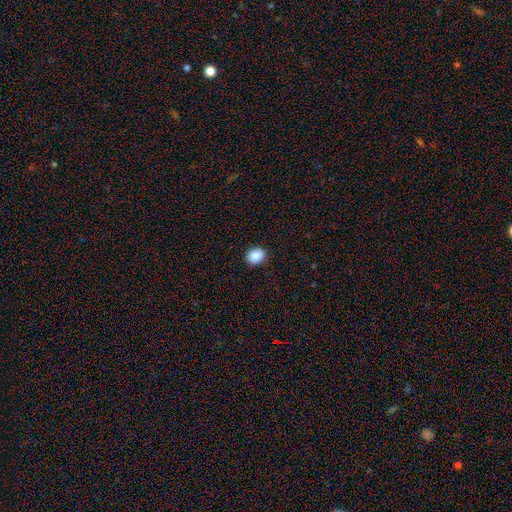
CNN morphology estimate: Smooth or featured?
  - smooth: 89% *
  - star or artifact: 8%
  - featured or disk: 3%
How rounded?
  - in between: 50% *
  - round: 49%
  - cigar-shaped: 1%
Merging?
  - none: 91% *
  - minor disturbance: 6%
  - major disturbance: 2%
  - merger: 1%